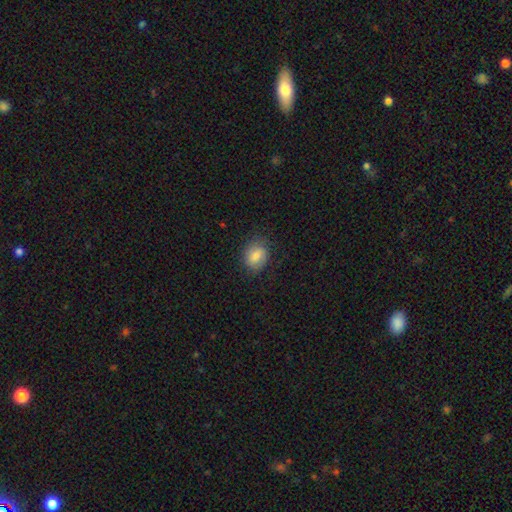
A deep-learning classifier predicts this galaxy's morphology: smooth_or_featured: smooth (p=0.77) [alt: featured or disk p=0.15]
how_rounded: in between (p=0.62) [alt: round p=0.37]
merging: none (p=0.78) [alt: minor disturbance p=0.16]